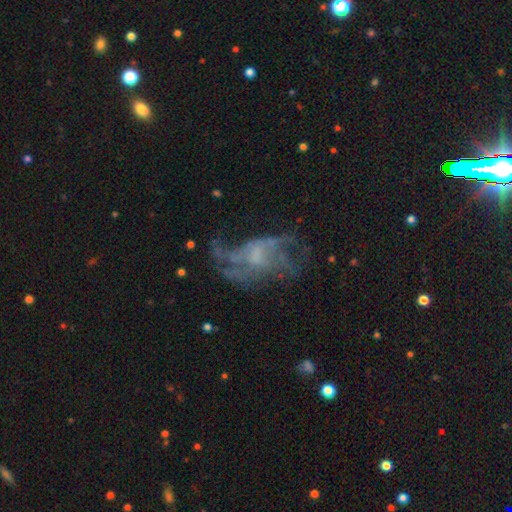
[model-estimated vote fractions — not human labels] Q: Smooth or featured?
A: featured or disk (70%); runner-up: smooth (15%)
Q: Edge-on disk?
A: no (96%); runner-up: yes (4%)
Q: Bar?
A: no (61%); runner-up: weak (32%)
Q: Spiral arms?
A: yes (64%); runner-up: no (36%)
Q: Bulge size?
A: none (38%); runner-up: small (34%)
Q: Merging?
A: none (42%); runner-up: major disturbance (36%)